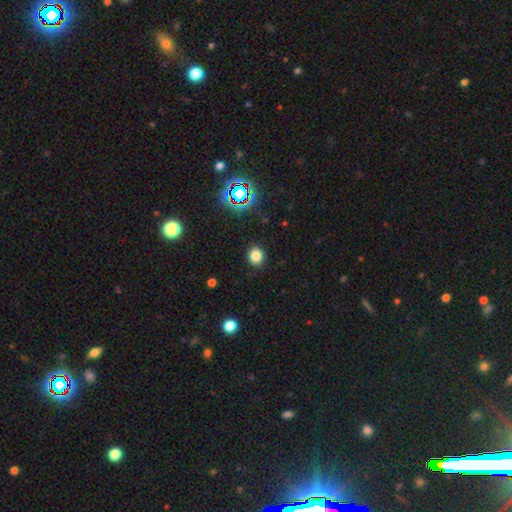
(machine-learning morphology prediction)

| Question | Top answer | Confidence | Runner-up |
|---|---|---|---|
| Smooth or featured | smooth | 79% | star or artifact (16%) |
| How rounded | round | 68% | in between (31%) |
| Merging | none | 89% | minor disturbance (7%) |